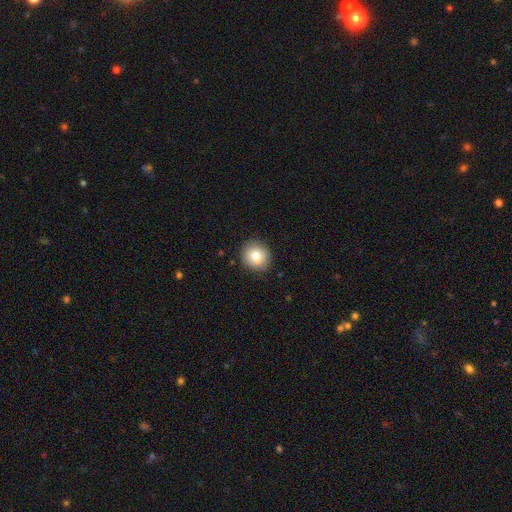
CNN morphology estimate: Smooth or featured? Predicted: smooth (p=0.79). How rounded? Predicted: round (p=0.89). Merging? Predicted: none (p=0.89).